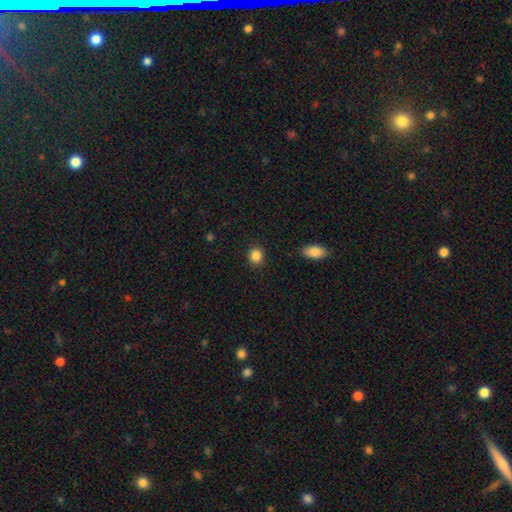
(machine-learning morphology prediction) Q: Smooth or featured?
A: smooth (87%); runner-up: star or artifact (10%)
Q: How rounded?
A: round (77%); runner-up: in between (22%)
Q: Merging?
A: none (89%); runner-up: minor disturbance (7%)